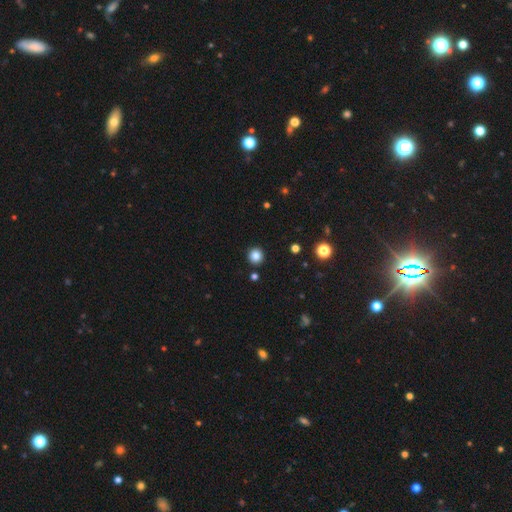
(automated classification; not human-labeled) smooth 84%, star or artifact 12%, featured or disk 4%. Down the decision tree: how rounded — round (93%); merging — none (92%).